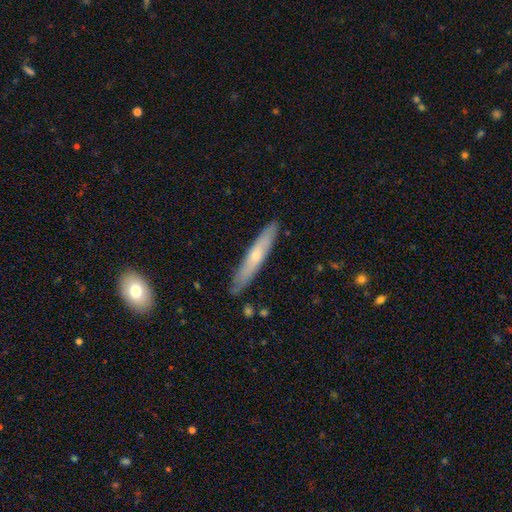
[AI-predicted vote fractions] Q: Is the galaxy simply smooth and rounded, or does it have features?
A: featured or disk — 51%.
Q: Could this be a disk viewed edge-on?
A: yes — 84%.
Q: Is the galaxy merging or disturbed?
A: none — 86%.